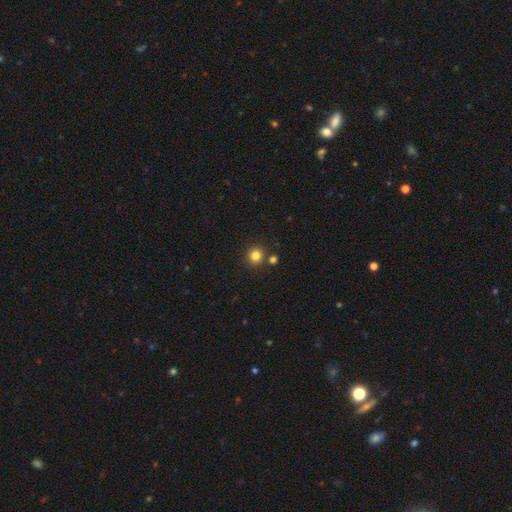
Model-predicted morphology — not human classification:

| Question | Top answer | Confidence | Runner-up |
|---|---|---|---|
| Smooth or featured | smooth | 82% | star or artifact (13%) |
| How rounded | round | 89% | in between (10%) |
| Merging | none | 81% | merger (9%) |